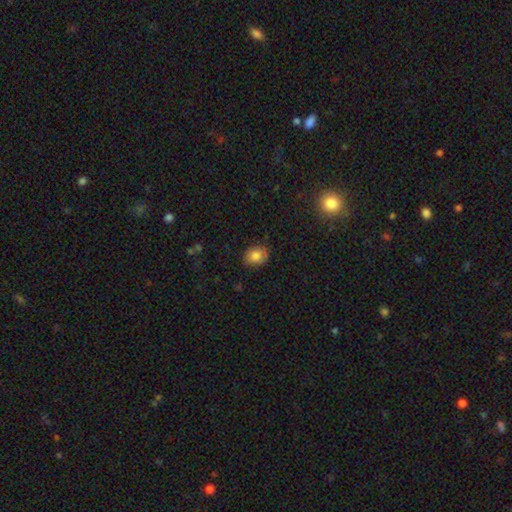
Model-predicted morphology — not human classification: The model was most divided on "how rounded": round: 63%, in between: 36%, cigar-shaped: 1%. More confident: smooth or featured — smooth (80%); merging — none (79%).